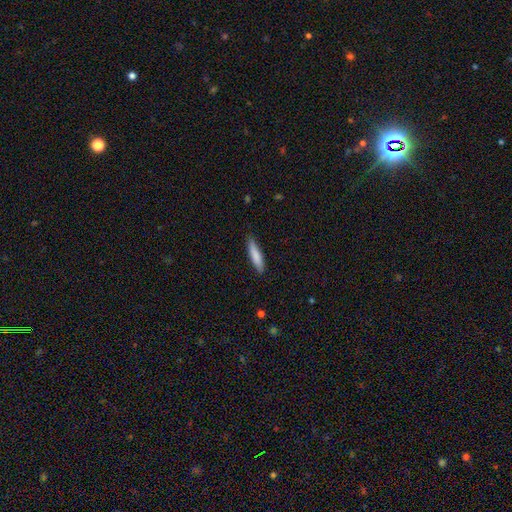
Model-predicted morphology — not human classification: smooth_or_featured: smooth (p=0.82) [alt: featured or disk p=0.12]
how_rounded: cigar-shaped (p=0.83) [alt: in between p=0.16]
merging: none (p=0.85) [alt: minor disturbance p=0.12]